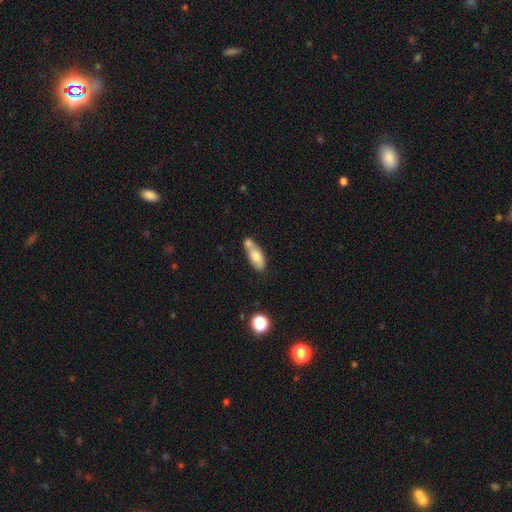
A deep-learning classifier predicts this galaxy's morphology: smooth-or-featured: smooth: 71% | featured or disk: 21% | star or artifact: 8%
  how-rounded: in between: 71% | cigar-shaped: 26% | round: 3%
  merging: merger: 41% | none: 36% | minor disturbance: 17% | major disturbance: 6%